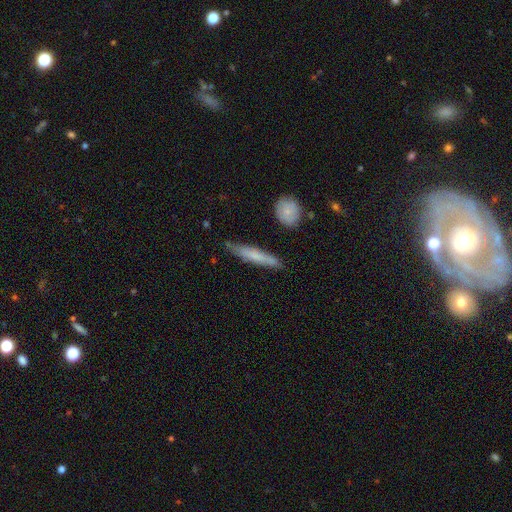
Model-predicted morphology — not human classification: Overall: smooth (62%; featured or disk 32%). How rounded: cigar-shaped (91%). Merging: none (77%).